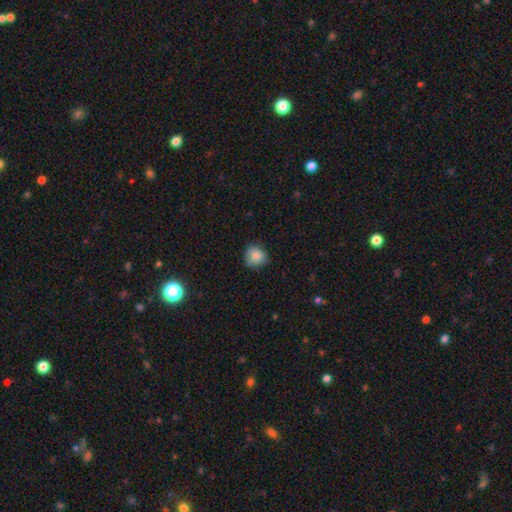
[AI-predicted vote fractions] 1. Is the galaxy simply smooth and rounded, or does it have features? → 84% smooth, 9% star or artifact, 7% featured or disk.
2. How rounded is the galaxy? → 85% round, 14% in between, 1% cigar-shaped.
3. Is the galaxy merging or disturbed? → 76% none, 20% minor disturbance, 3% major disturbance, 1% merger.